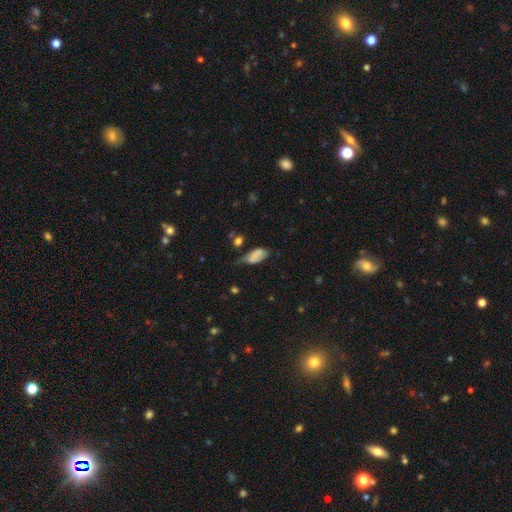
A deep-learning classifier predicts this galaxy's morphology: Smooth or featured? smooth (77%)
How rounded? in between (90%)
Merging? minor disturbance (41%)